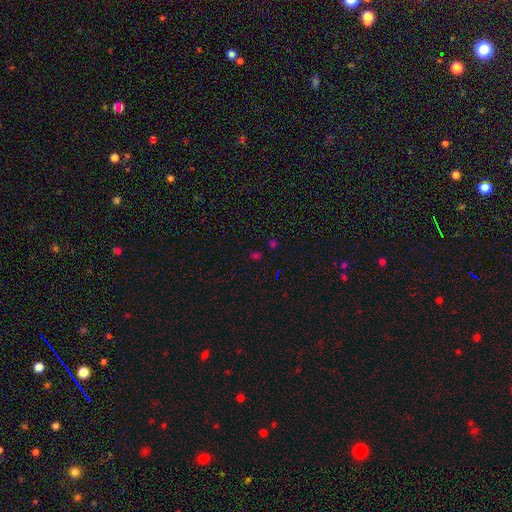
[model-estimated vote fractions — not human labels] Q: Smooth or featured?
A: smooth (48%); runner-up: star or artifact (46%)
Q: Merging?
A: none (74%); runner-up: minor disturbance (12%)